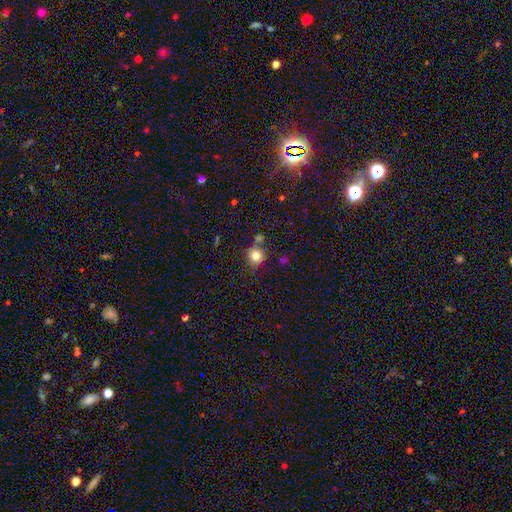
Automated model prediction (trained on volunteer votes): Smooth or featured? Predicted: smooth (p=0.80). How rounded? Predicted: round (p=0.90). Merging? Predicted: none (p=0.71).